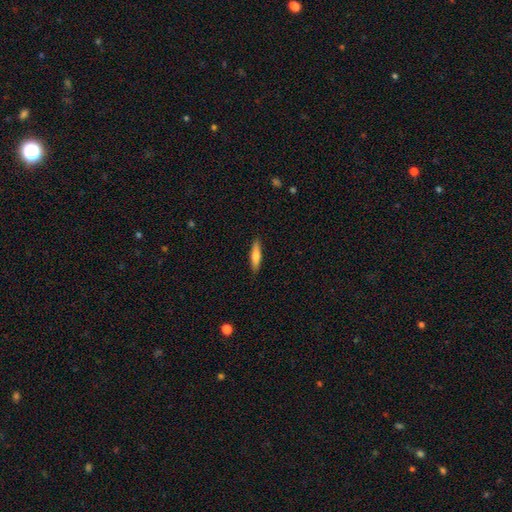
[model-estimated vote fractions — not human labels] smooth 73%, featured or disk 21%, star or artifact 6%. Down the decision tree: how rounded — cigar-shaped (78%); merging — none (89%).